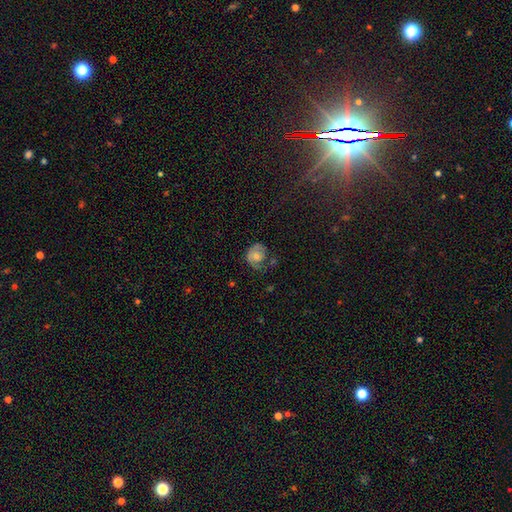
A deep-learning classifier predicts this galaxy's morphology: featured or disk 49%, smooth 42%, star or artifact 9%. Down the decision tree: merging — none (44%).